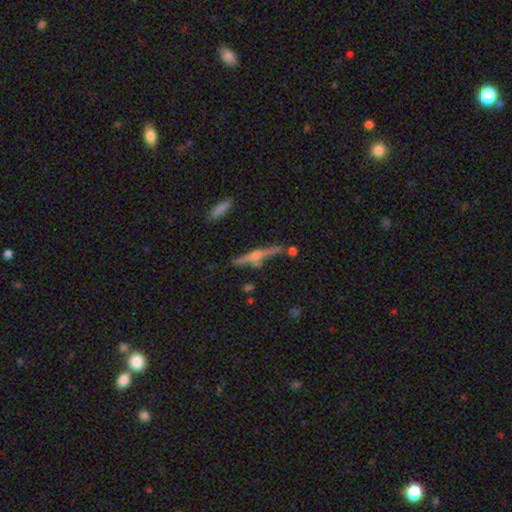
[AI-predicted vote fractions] Smooth or featured? Predicted: featured or disk (p=0.70). Edge-on disk? Predicted: yes (p=0.97). Edge-on bulge? Predicted: rounded (p=0.83). Merging? Predicted: none (p=0.78).